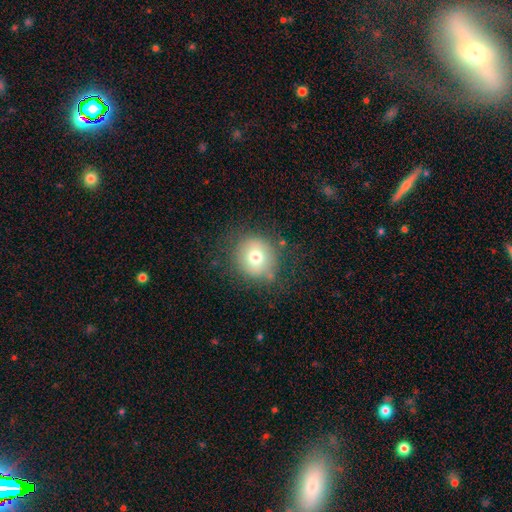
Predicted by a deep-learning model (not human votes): Morphology: type=smooth (70%); roundness=round (89%); merging=none (79%).